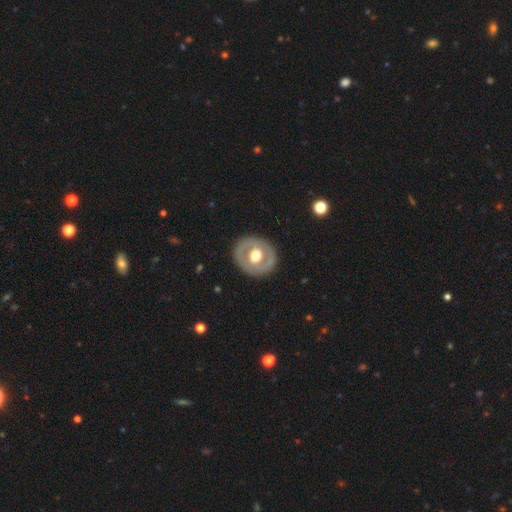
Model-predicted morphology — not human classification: A featured or disk galaxy (56%) with no bar (77%), no spiral arms (86%) and a moderate central bulge (57%).

Vote fractions:
- Smooth or featured? featured or disk: 56% / smooth: 40% / star or artifact: 5%
- Edge-on disk? no: 95% / yes: 5%
- Bar? no: 77% / weak: 17% / strong: 6%
- Spiral arms? no: 86% / yes: 14%
- Bulge size? moderate: 57% / large: 37% / small: 3% / dominant: 2% / none: 1%
- Merging? none: 85% / minor disturbance: 10% / major disturbance: 4% / merger: 1%